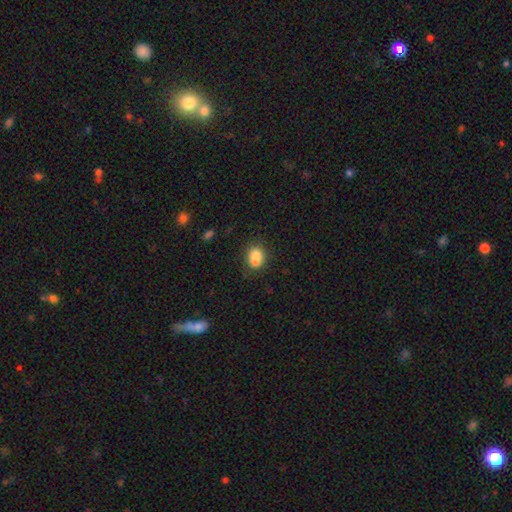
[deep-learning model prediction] This appears to be a smooth galaxy with no disk features (72%) that is round (63%). Merging: merger (53%).